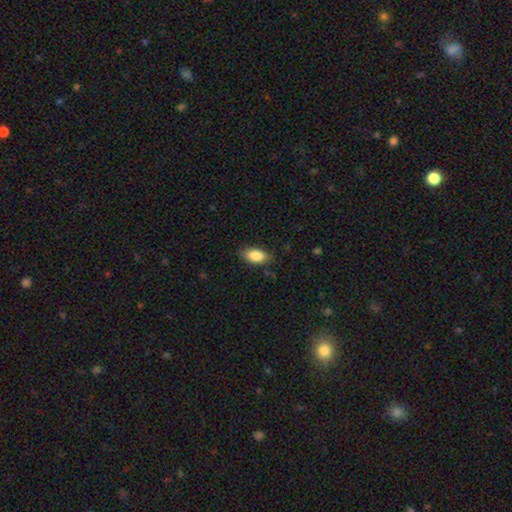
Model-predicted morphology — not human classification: smooth_or_featured: smooth (p=0.87) [alt: star or artifact p=0.07]
how_rounded: in between (p=0.91) [alt: cigar-shaped p=0.05]
merging: none (p=0.82) [alt: minor disturbance p=0.14]